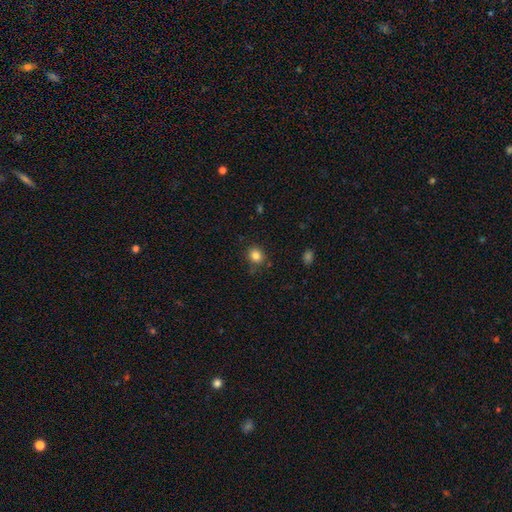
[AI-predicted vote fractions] smooth 83%, star or artifact 12%, featured or disk 6%. Down the decision tree: how rounded — round (77%); merging — none (83%).